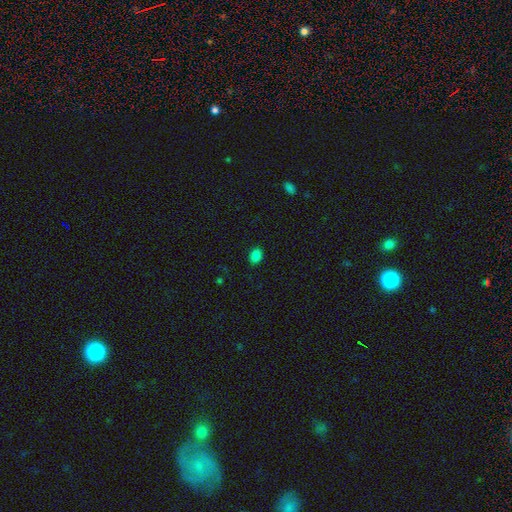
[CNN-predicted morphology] smooth_or_featured: smooth (p=0.84) [alt: star or artifact p=0.12]
how_rounded: in between (p=0.78) [alt: round p=0.21]
merging: none (p=0.88) [alt: minor disturbance p=0.09]